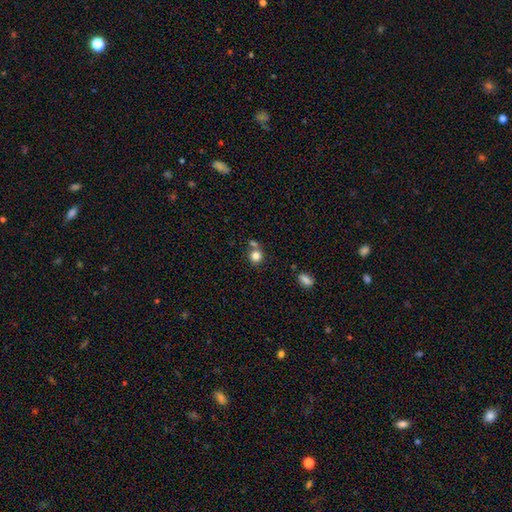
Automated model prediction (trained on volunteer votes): smooth 82%, star or artifact 11%, featured or disk 7%. Down the decision tree: how rounded — round (87%); merging — none (58%).